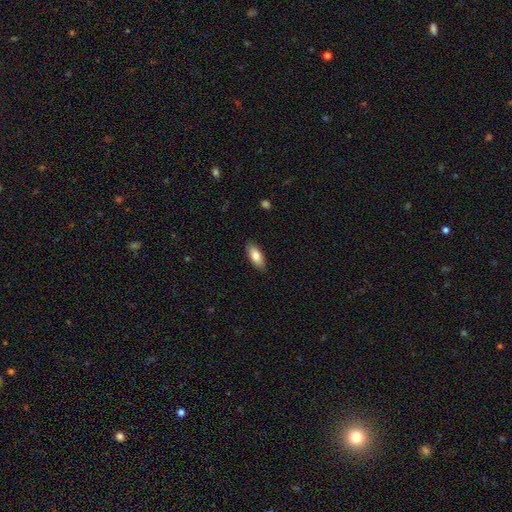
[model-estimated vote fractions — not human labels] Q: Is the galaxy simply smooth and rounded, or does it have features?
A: smooth — 81%.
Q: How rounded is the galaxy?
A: in between — 82%.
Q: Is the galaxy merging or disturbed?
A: none — 87%.